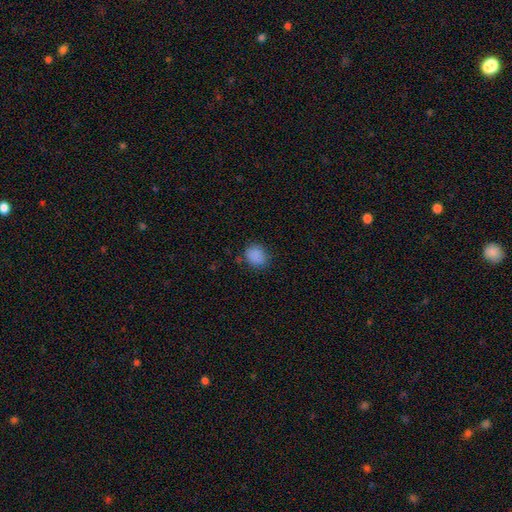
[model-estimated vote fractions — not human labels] Overall: smooth (85%). How rounded: round (62%; in between 37%). Merging: none (79%).